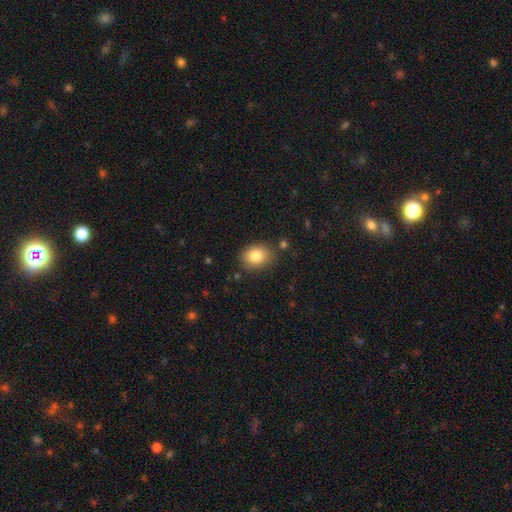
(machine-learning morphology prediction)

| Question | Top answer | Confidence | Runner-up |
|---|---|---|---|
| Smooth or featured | smooth | 83% | star or artifact (9%) |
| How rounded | in between | 60% | round (39%) |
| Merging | none | 82% | minor disturbance (12%) |